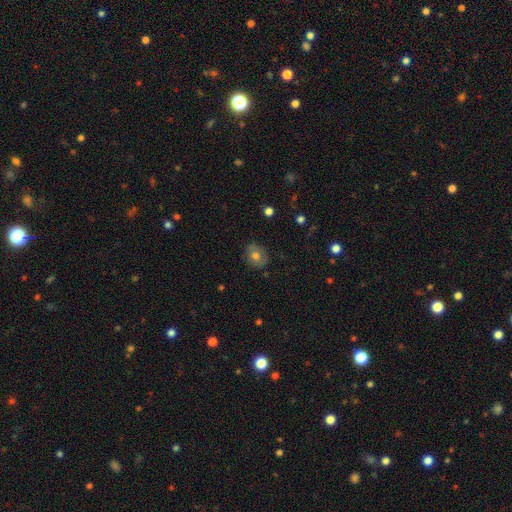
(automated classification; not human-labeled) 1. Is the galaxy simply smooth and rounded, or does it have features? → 70% smooth, 21% featured or disk, 9% star or artifact.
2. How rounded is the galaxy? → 60% round, 39% in between, 1% cigar-shaped.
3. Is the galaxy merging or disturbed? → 78% none, 17% minor disturbance, 4% major disturbance, 2% merger.